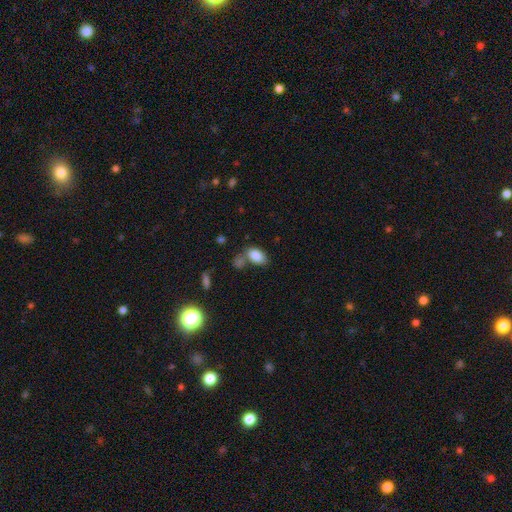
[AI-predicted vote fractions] smooth-or-featured: smooth: 85% | star or artifact: 9% | featured or disk: 6%
  how-rounded: in between: 90% | round: 8% | cigar-shaped: 2%
  merging: none: 53% | merger: 24% | minor disturbance: 17% | major disturbance: 6%